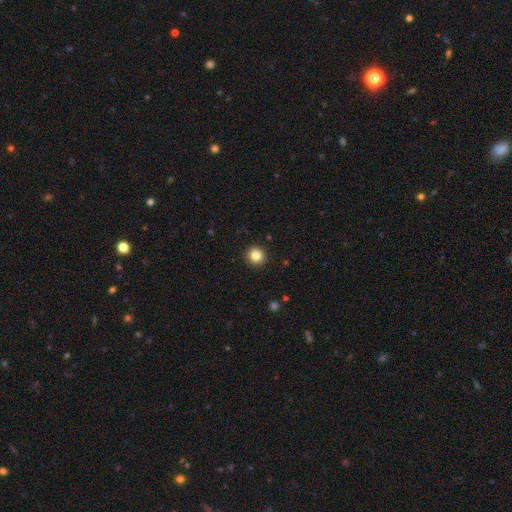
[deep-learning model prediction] A smooth galaxy with no disk features (85%) that is round (94%). Merging: none (93%).